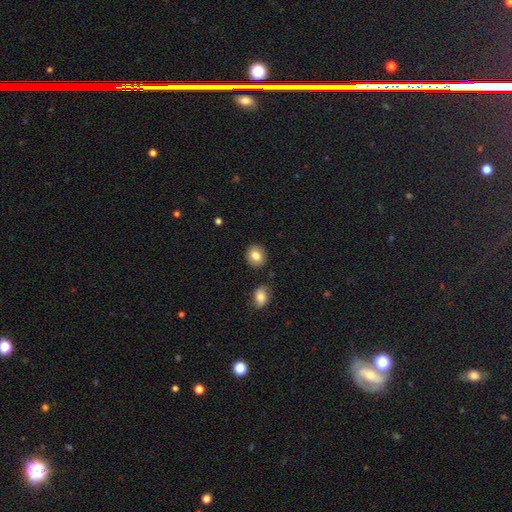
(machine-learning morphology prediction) smooth-or-featured: smooth: 83% | star or artifact: 8% | featured or disk: 8%
  how-rounded: round: 72% | in between: 27% | cigar-shaped: 1%
  merging: none: 88% | minor disturbance: 7% | merger: 3% | major disturbance: 2%